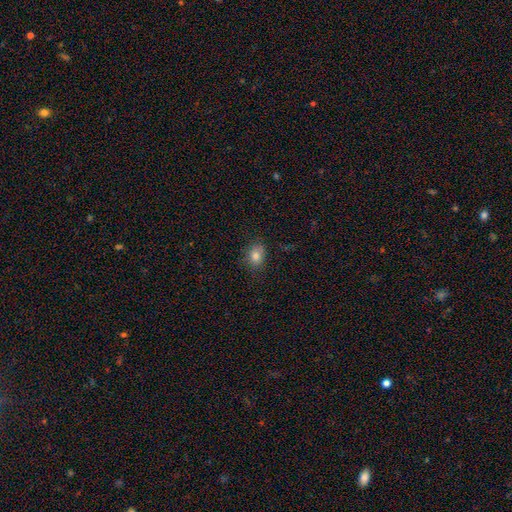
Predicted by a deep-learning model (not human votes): Smooth or featured? Predicted: smooth (p=0.81). How rounded? Predicted: round (p=0.52). Merging? Predicted: none (p=0.82).